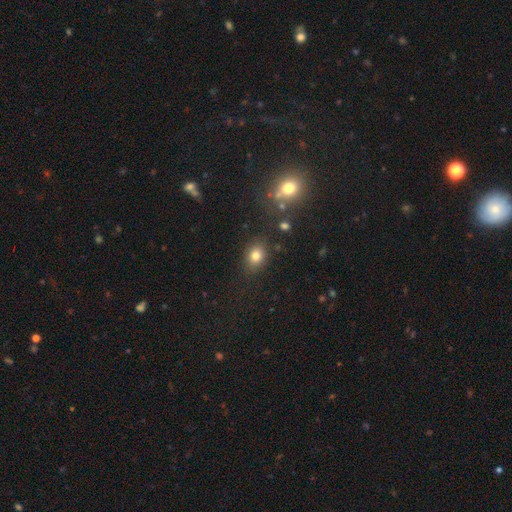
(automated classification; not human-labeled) Overall: smooth (79%). How rounded: in between (53%; round 46%). Merging: none (81%).